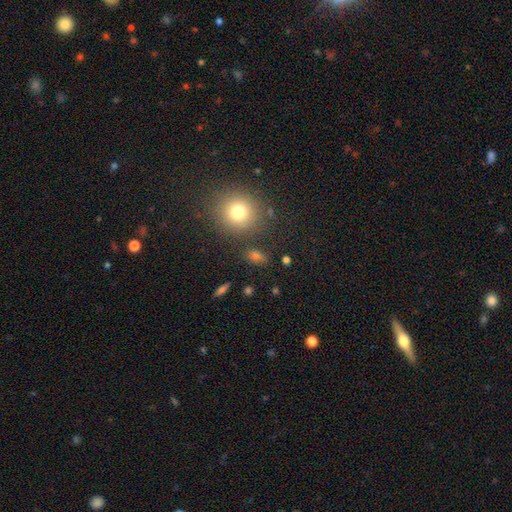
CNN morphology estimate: A smooth galaxy with no disk features (66%) that is in between round and cigar-shaped (55%). Merging: none (79%).